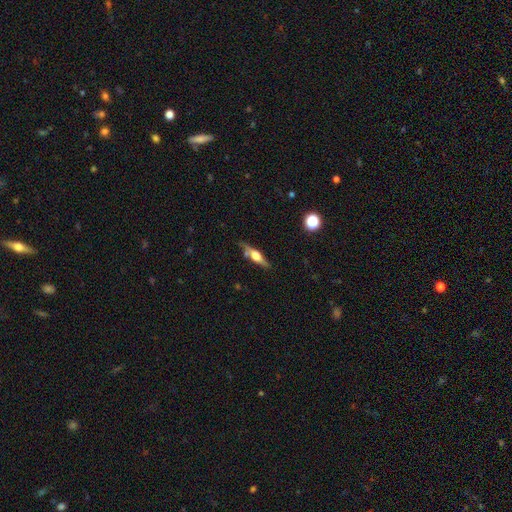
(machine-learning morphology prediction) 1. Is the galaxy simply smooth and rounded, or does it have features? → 59% featured or disk, 34% smooth, 7% star or artifact.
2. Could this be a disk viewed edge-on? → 92% yes, 8% no.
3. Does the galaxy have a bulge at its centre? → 87% rounded, 9% boxy, 3% none.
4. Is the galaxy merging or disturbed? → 70% none, 19% minor disturbance, 7% merger, 5% major disturbance.